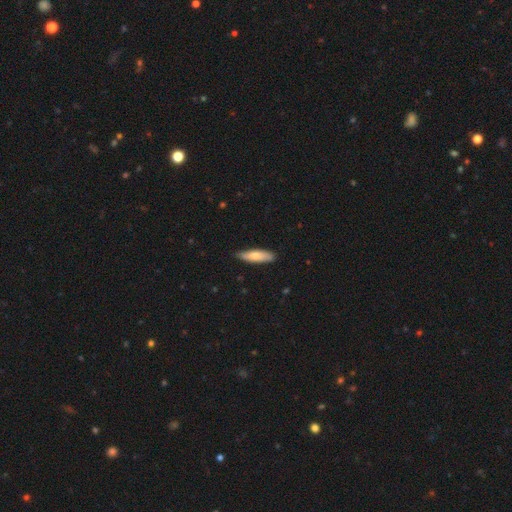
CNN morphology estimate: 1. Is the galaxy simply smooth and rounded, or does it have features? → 73% smooth, 21% featured or disk, 5% star or artifact.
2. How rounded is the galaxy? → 59% cigar-shaped, 39% in between, 2% round.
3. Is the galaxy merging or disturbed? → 81% none, 16% minor disturbance, 2% major disturbance, 1% merger.